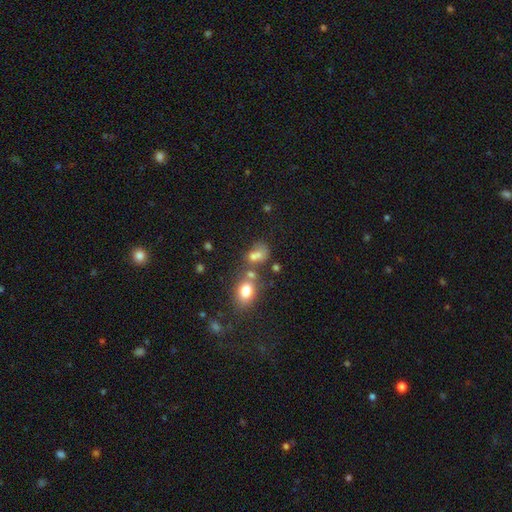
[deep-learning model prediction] Q: Smooth or featured?
A: smooth (65%); runner-up: star or artifact (19%)
Q: How rounded?
A: in between (60%); runner-up: round (38%)
Q: Merging?
A: merger (42%); runner-up: none (32%)